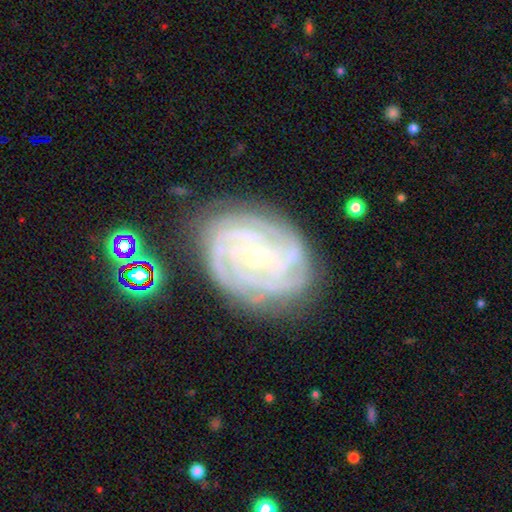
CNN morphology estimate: Smooth or featured: featured or disk — 87% (smooth — 7%)
Edge-on disk: no — 97% (yes — 3%)
Bar: no — 66% (weak — 25%)
Spiral arms: yes — 97% (no — 3%)
Spiral winding: tight — 81% (medium — 16%)
Spiral arm count: 4 — 25% (tied with can't tell — 25%)
Bulge size: small — 66% (moderate — 30%)
Merging: none — 77% (minor disturbance — 16%)